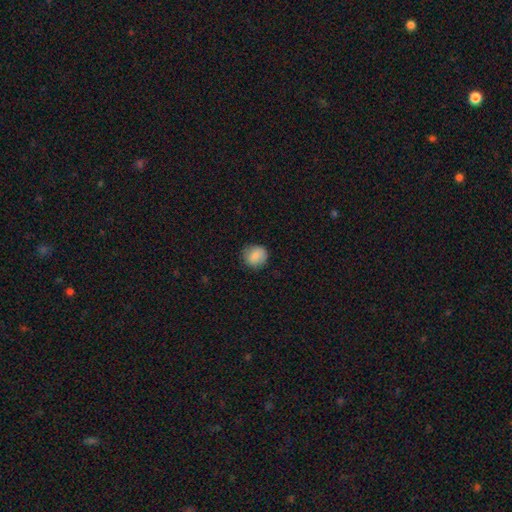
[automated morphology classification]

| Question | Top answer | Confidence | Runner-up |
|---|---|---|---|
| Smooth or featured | smooth | 85% | star or artifact (8%) |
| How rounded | round | 86% | in between (13%) |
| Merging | none | 85% | minor disturbance (11%) |